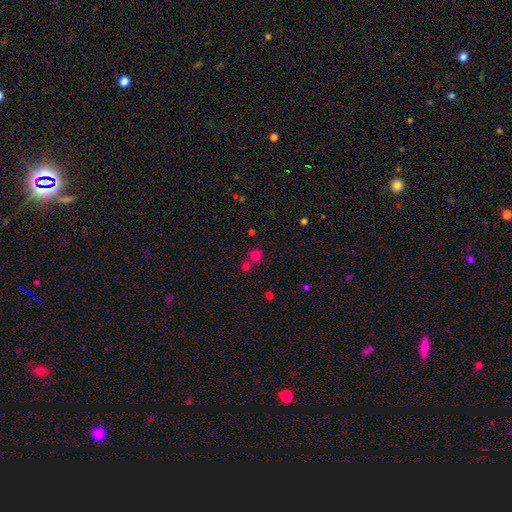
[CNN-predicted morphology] This appears to be a smooth galaxy with no disk features (72%) that is round (90%). Merging: none (62%).